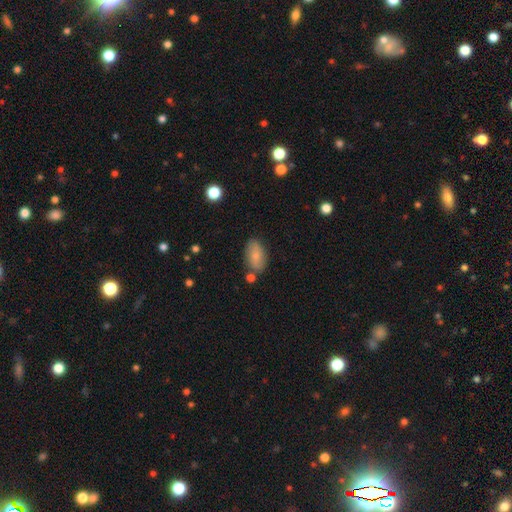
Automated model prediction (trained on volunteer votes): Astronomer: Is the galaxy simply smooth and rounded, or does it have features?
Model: smooth — 74%.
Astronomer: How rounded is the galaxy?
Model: in between — 92%.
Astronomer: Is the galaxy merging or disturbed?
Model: none — 77%.